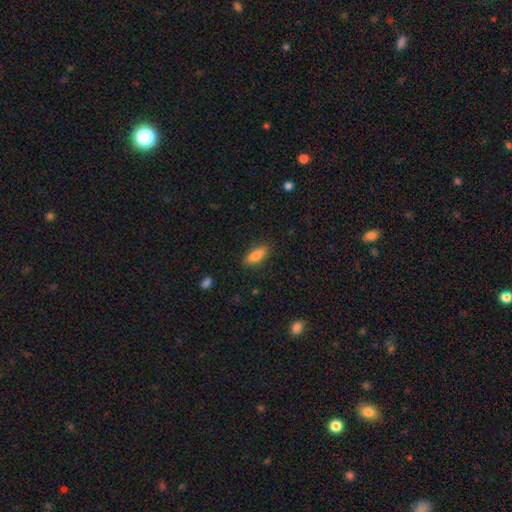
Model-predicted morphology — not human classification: smooth_or_featured: smooth (p=0.85) [alt: featured or disk p=0.08]
how_rounded: in between (p=0.73) [alt: cigar-shaped p=0.25]
merging: none (p=0.84) [alt: minor disturbance p=0.11]